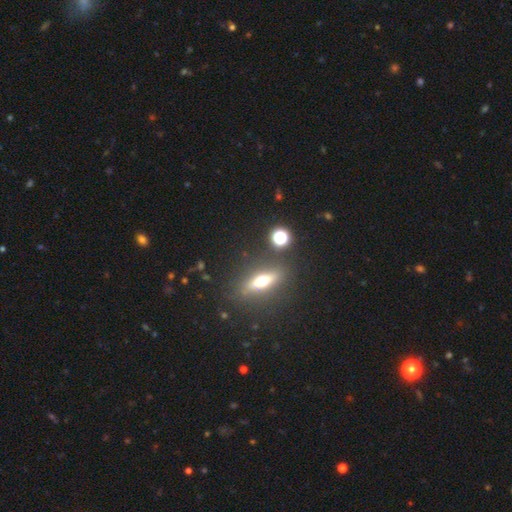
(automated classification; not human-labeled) This is possibly a featured or disk galaxy (49%). Merging: clearly none (82%).